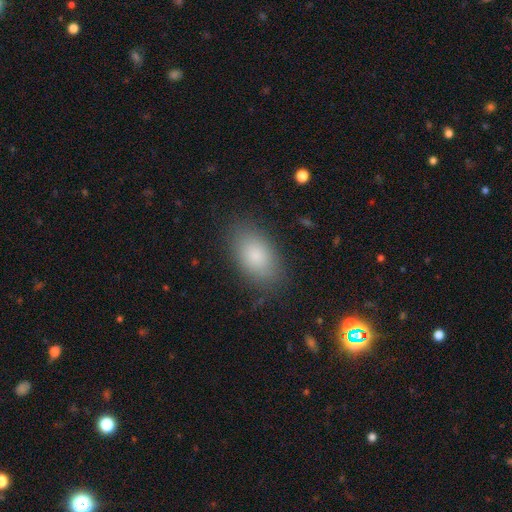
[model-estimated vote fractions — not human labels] Overall: smooth (83%). How rounded: in between (91%). Merging: none (83%).